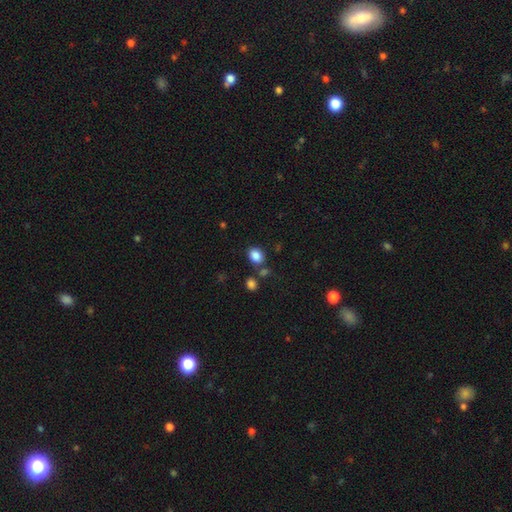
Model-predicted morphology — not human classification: The model was most divided on "how rounded": in between: 61%, round: 38%, cigar-shaped: 1%. More confident: smooth or featured — smooth (86%); merging — none (73%).